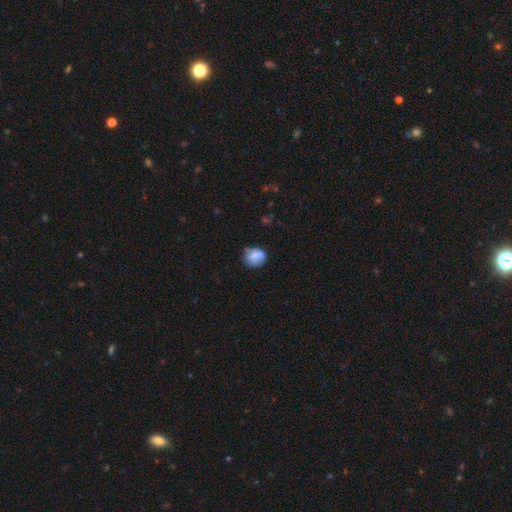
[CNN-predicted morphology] Smooth or featured? smooth (74%)
How rounded? round (69%)
Merging? none (54%)